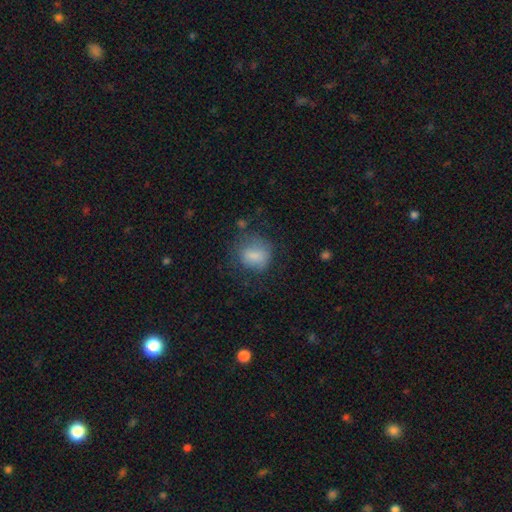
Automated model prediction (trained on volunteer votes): Overall: smooth (75%). How rounded: round (64%; in between 35%). Merging: none (60%; minor disturbance 23%).